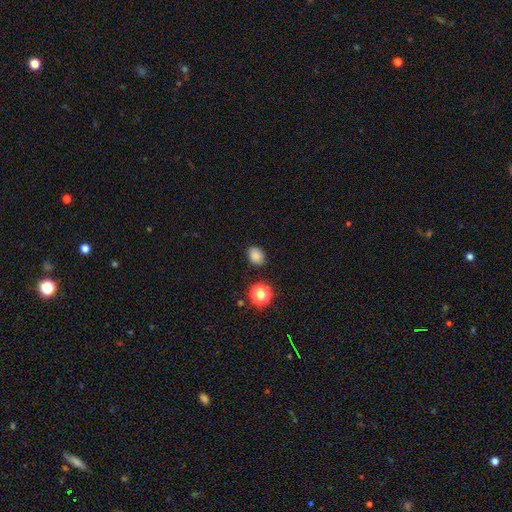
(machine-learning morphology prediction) A smooth galaxy with no disk features (82%) that is in between round and cigar-shaped (56%).

Vote fractions:
- Smooth or featured? smooth: 82% / star or artifact: 13% / featured or disk: 4%
- How rounded? in between: 56% / round: 43% / cigar-shaped: 1%
- Merging? none: 84% / minor disturbance: 11% / major disturbance: 3% / merger: 2%